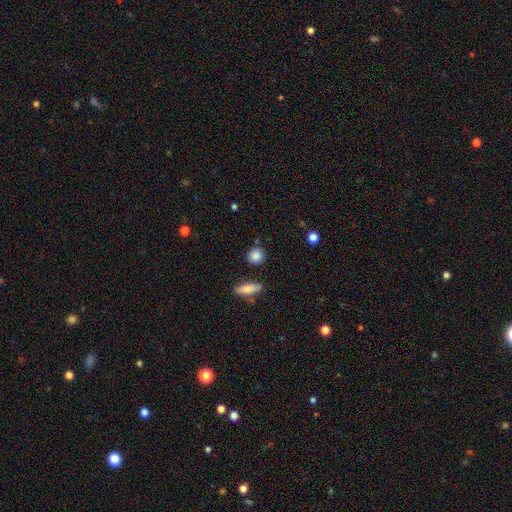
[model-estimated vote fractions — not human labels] Smooth or featured? smooth (85%)
How rounded? round (86%)
Merging? none (83%)